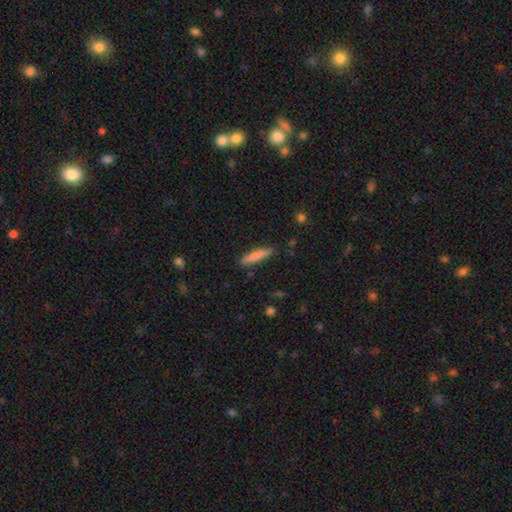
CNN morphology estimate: This appears to be a smooth galaxy with no disk features (80%) that is cigar-shaped (87%). Merging: none (84%).